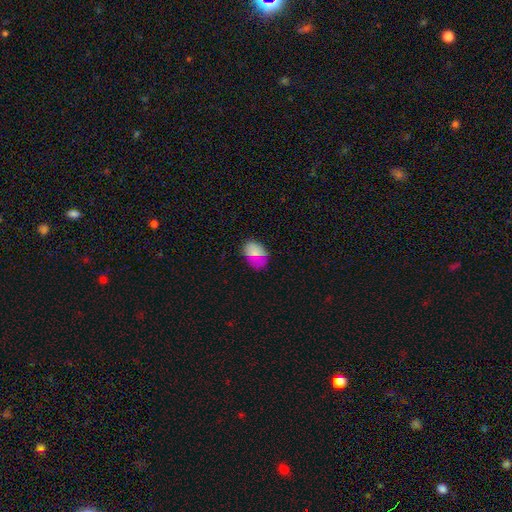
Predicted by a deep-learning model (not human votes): smooth_or_featured: smooth (p=0.67) [alt: star or artifact p=0.21]
how_rounded: in between (p=0.78) [alt: round p=0.20]
merging: none (p=0.72) [alt: minor disturbance p=0.21]